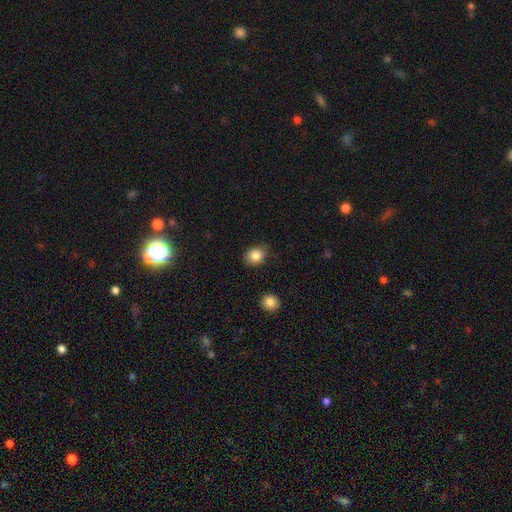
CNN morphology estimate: Smooth or featured? Predicted: smooth (p=0.86). How rounded? Predicted: round (p=0.59). Merging? Predicted: none (p=0.78).